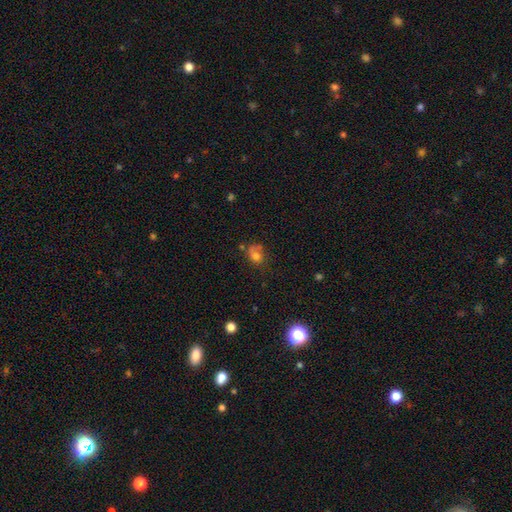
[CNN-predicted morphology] smooth-or-featured: smooth: 68% | featured or disk: 17% | star or artifact: 15%
  how-rounded: round: 56% | in between: 42% | cigar-shaped: 1%
  merging: none: 45% | minor disturbance: 22% | major disturbance: 18% | merger: 15%